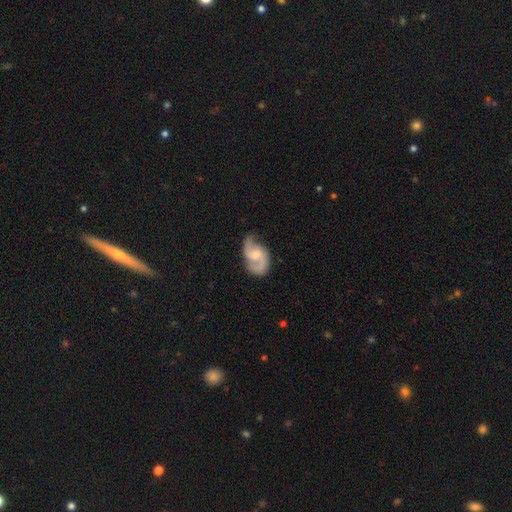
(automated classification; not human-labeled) A featured or disk galaxy (78%) with no bar (47%), 2 (87%) medium (46%) spiral arms (95%) and a moderate central bulge (43%). Merging: none (62%).